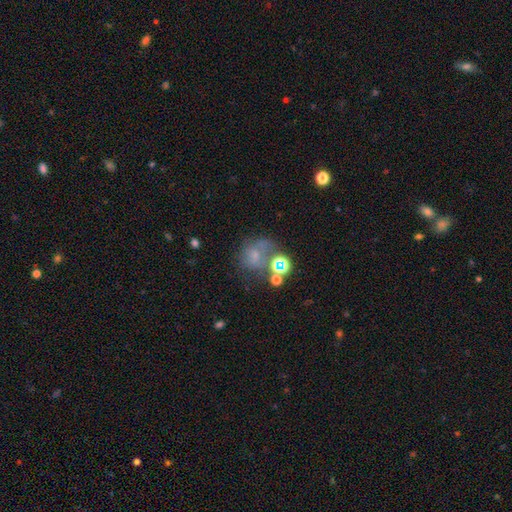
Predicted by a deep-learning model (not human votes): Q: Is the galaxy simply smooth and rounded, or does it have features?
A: smooth — 45%.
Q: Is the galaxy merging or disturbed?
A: none — 38%.